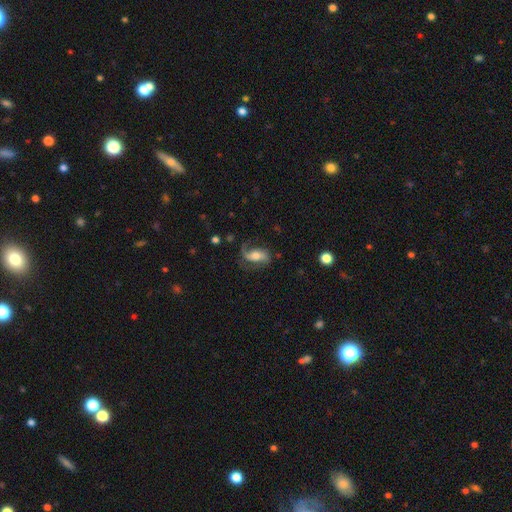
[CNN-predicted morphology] Smooth or featured: featured or disk — 71% (smooth — 22%)
Edge-on disk: no — 93% (yes — 7%)
Bar: no — 41% (weak — 32%)
Spiral arms: yes — 91% (no — 9%)
Spiral winding: loose — 54% (medium — 34%)
Spiral arm count: 2 — 74% (1 — 18%)
Bulge size: moderate — 62% (small — 22%)
Merging: none — 60% (minor disturbance — 21%)